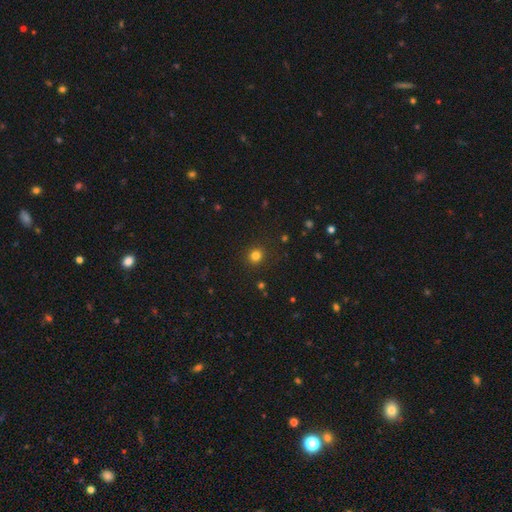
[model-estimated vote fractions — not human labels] This appears to be a smooth galaxy with no disk features (81%) that is round (90%). Merging: none (90%).